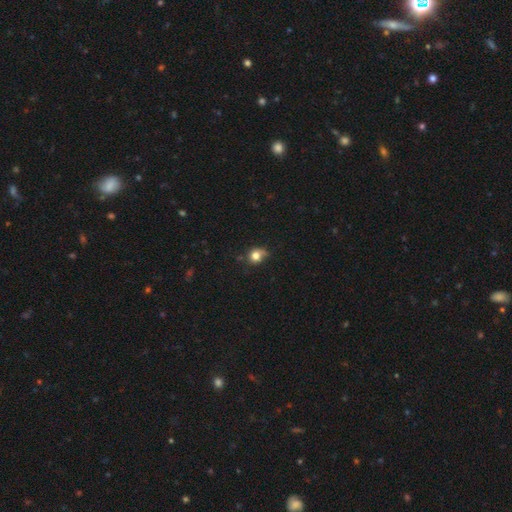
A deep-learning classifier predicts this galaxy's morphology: Overall: smooth (80%). How rounded: round (73%). Merging: none (56%; minor disturbance 32%).